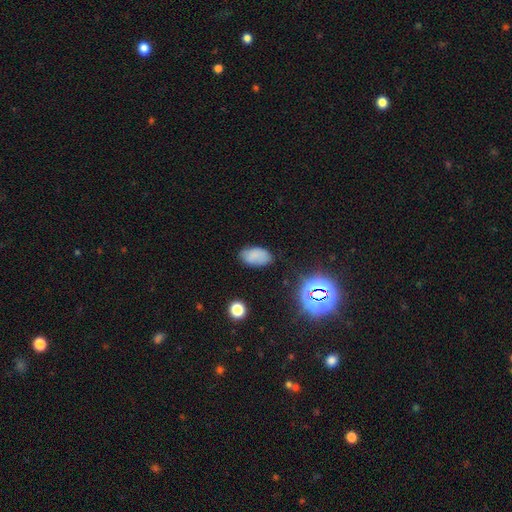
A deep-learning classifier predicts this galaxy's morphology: Overall: smooth (78%). How rounded: in between (93%). Merging: none (77%).